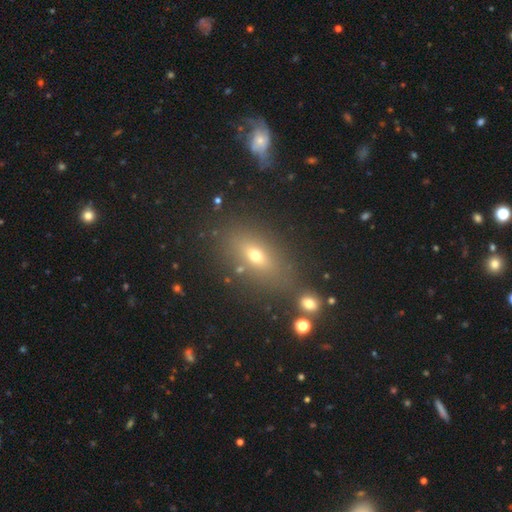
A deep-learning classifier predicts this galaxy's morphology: Overall: smooth (61%). How rounded: in between (71%). Merging: none (77%).